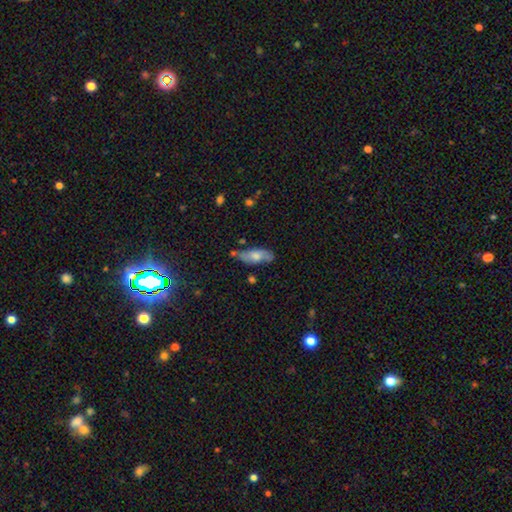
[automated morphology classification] Q: Smooth or featured?
A: smooth (65%); runner-up: featured or disk (28%)
Q: How rounded?
A: in between (74%); runner-up: cigar-shaped (24%)
Q: Merging?
A: none (66%); runner-up: minor disturbance (22%)